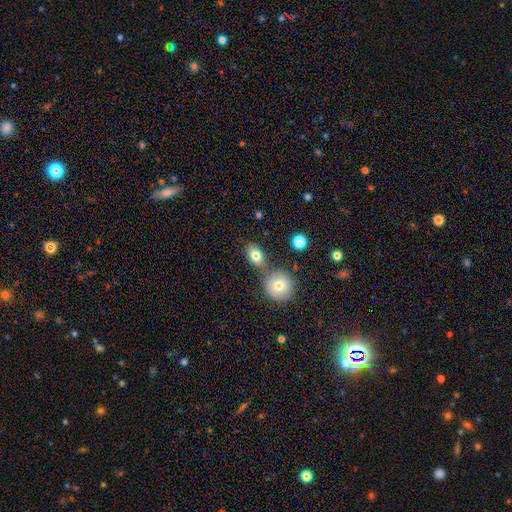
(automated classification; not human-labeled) Q: Smooth or featured?
A: smooth (78%); runner-up: featured or disk (13%)
Q: How rounded?
A: in between (74%); runner-up: round (23%)
Q: Merging?
A: none (64%); runner-up: merger (21%)